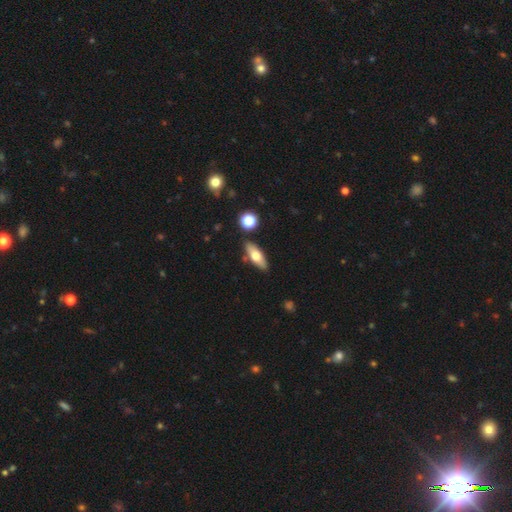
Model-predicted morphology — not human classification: type=smooth (62%); roundness=in between (67%); merging=none (82%).